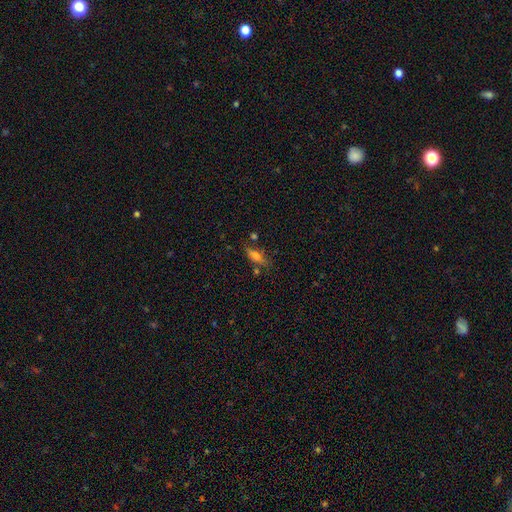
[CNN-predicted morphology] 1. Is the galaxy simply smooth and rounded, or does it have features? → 62% smooth, 27% featured or disk, 12% star or artifact.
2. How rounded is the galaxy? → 59% in between, 37% cigar-shaped, 4% round.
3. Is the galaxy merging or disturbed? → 64% none, 19% minor disturbance, 10% merger, 7% major disturbance.